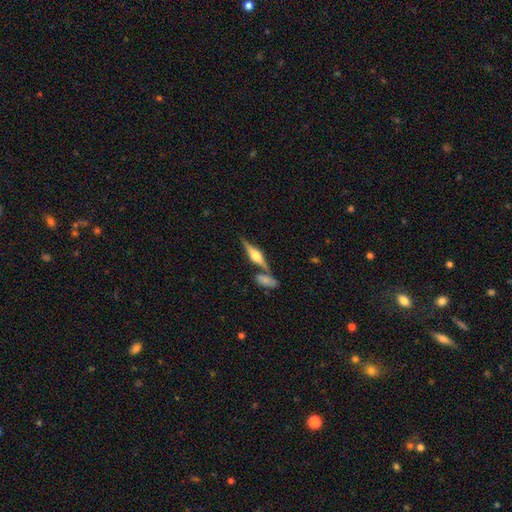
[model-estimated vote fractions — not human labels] Smooth or featured? featured or disk (76%)
Edge-on disk? yes (97%)
Edge-on bulge? rounded (91%)
Merging? none (73%)